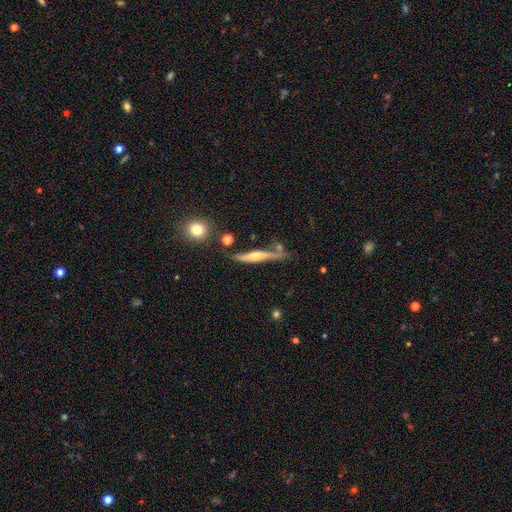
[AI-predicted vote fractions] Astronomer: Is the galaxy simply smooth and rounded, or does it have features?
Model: featured or disk — 65%.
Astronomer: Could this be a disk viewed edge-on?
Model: yes — 93%.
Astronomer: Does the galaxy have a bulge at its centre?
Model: rounded — 72%.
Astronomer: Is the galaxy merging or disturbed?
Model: none — 68%.